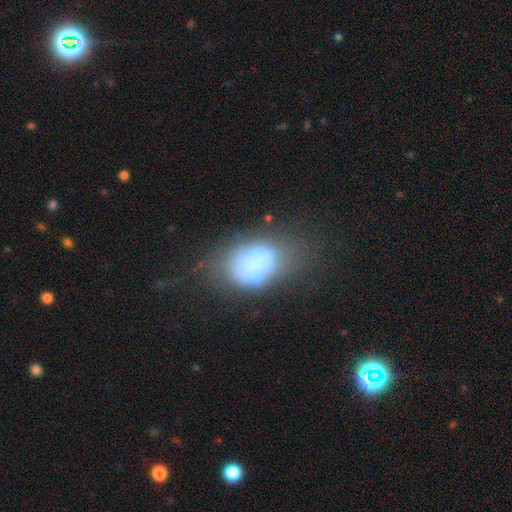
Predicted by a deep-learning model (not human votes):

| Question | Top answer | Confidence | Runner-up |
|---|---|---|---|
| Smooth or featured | featured or disk | 47% | smooth (40%) |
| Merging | none | 32% | merger (27%) |